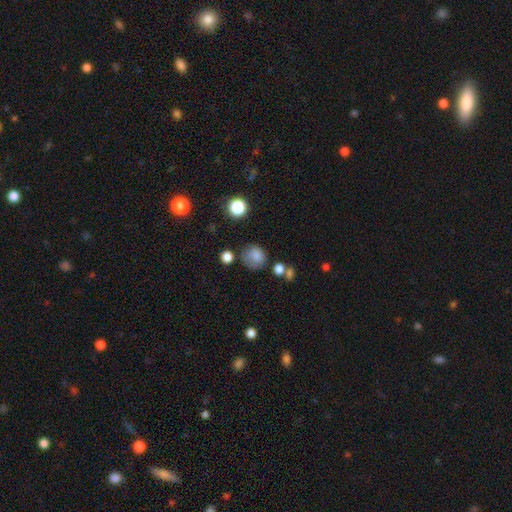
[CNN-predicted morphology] Smooth or featured? Predicted: smooth (p=0.79). How rounded? Predicted: round (p=0.79). Merging? Predicted: none (p=0.58).